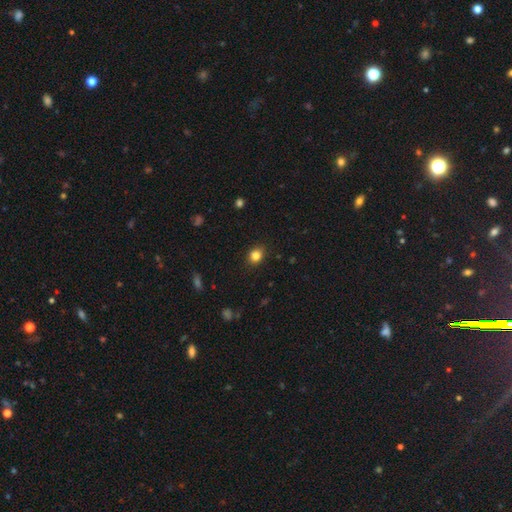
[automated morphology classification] smooth 83%, star or artifact 12%, featured or disk 6%. Down the decision tree: how rounded — round (65%); merging — none (86%).